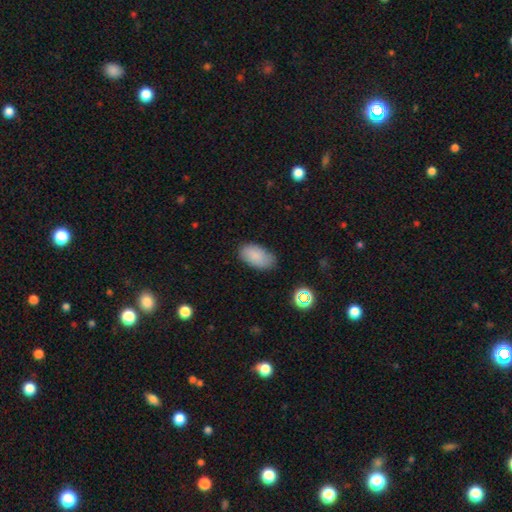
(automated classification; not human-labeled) This is clearly a smooth galaxy (85%). How rounded: clearly in between (94%). Merging: likely none (77%).